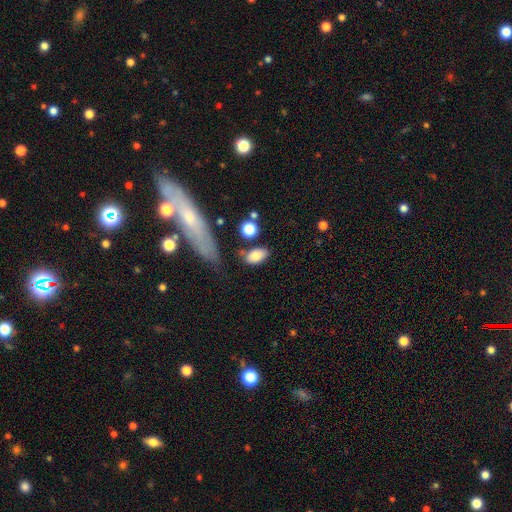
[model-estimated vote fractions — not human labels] Smooth or featured?
  - smooth: 79% *
  - featured or disk: 13%
  - star or artifact: 8%
How rounded?
  - in between: 88% *
  - round: 8%
  - cigar-shaped: 4%
Merging?
  - none: 68% *
  - minor disturbance: 17%
  - merger: 10%
  - major disturbance: 6%